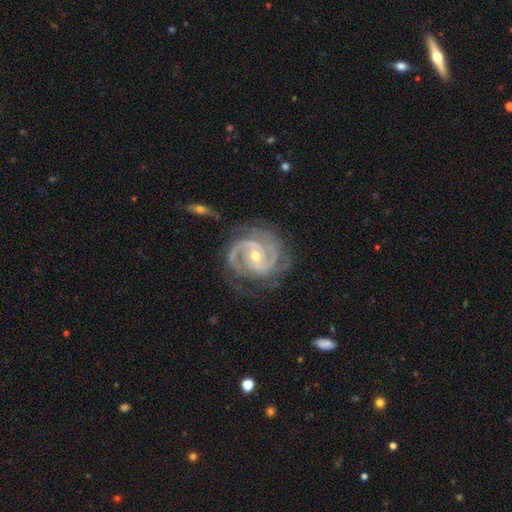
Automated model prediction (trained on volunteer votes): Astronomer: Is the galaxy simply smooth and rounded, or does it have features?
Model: featured or disk — 93%.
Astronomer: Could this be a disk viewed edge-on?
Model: no — 98%.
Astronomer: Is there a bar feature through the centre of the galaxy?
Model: no — 52% (runner-up: weak, 33%).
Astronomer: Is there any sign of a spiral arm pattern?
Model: yes — 98%.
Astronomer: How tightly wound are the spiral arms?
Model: tight — 62%.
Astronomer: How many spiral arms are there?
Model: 2 — 52%.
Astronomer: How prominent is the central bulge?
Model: small — 54% (runner-up: moderate, 44%).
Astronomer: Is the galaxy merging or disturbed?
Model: none — 71%.